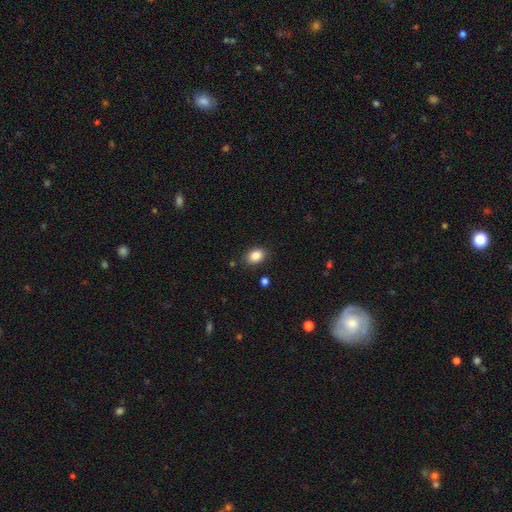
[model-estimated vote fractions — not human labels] smooth_or_featured: smooth (p=0.87) [alt: star or artifact p=0.09]
how_rounded: in between (p=0.74) [alt: round p=0.25]
merging: none (p=0.85) [alt: minor disturbance p=0.10]